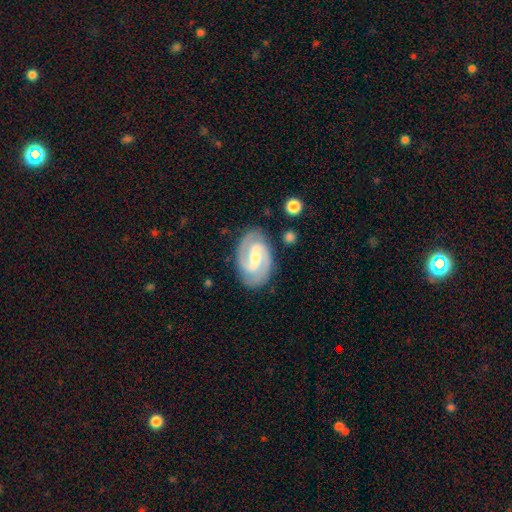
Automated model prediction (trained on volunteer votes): Smooth or featured?
  - featured or disk: 87% *
  - smooth: 9%
  - star or artifact: 4%
Edge-on disk?
  - no: 97% *
  - yes: 3%
Bar?
  - weak: 46% *
  - strong: 39%
  - no: 15%
Spiral arms?
  - yes: 97% *
  - no: 3%
Spiral winding?
  - tight: 45% * (tied)
  - medium: 45% * (tied)
  - loose: 10%
Spiral arm count?
  - 2: 89% *
  - can't tell: 4%
  - 3: 3%
  - 1: 2%
  - 4: 1%
  - more than 4: 1%
Bulge size?
  - small: 45% *
  - moderate: 41%
  - none: 8%
  - large: 5%
  - dominant: 1%
Merging?
  - none: 83% *
  - minor disturbance: 12%
  - major disturbance: 3%
  - merger: 2%